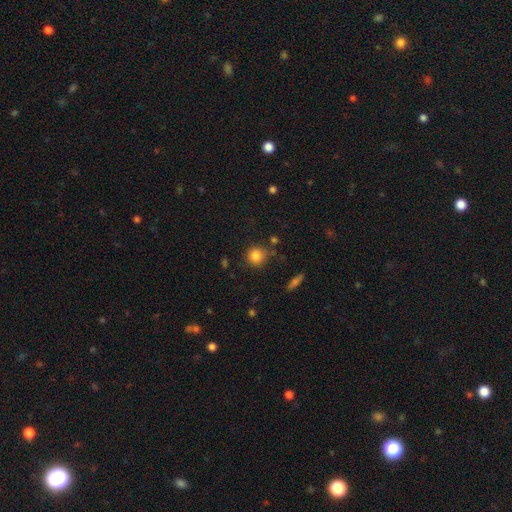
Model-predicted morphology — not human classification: Smooth or featured: smooth — 84% (star or artifact — 11%)
How rounded: round — 90% (in between — 8%)
Merging: none — 76% (minor disturbance — 14%)